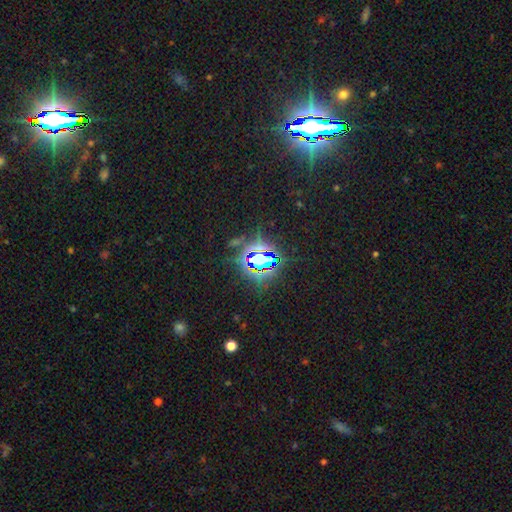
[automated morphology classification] Q: Smooth or featured?
A: star or artifact (80%); runner-up: smooth (11%)